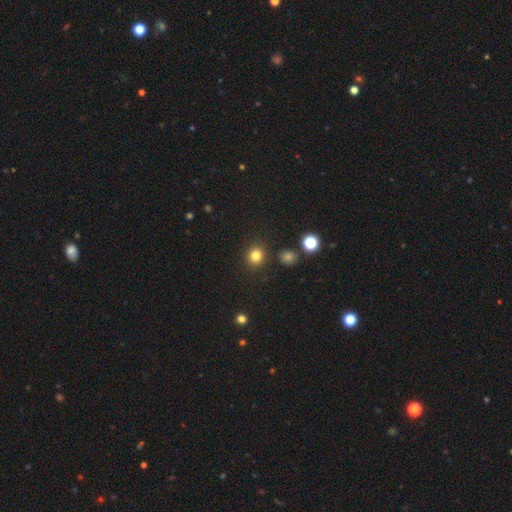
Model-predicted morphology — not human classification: Smooth or featured? Predicted: smooth (p=0.80). How rounded? Predicted: round (p=0.83). Merging? Predicted: none (p=0.88).